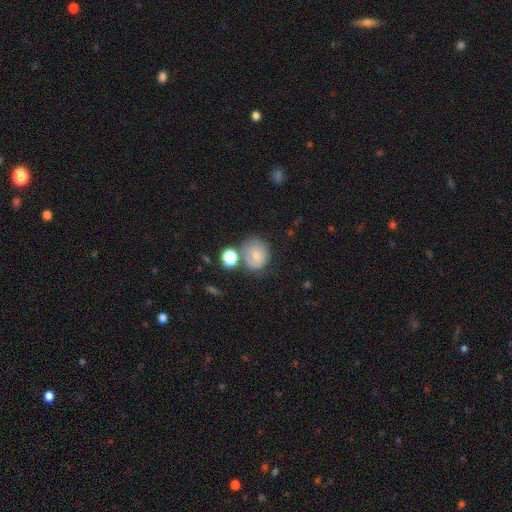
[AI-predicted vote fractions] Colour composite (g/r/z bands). It shows a smooth galaxy with no disk features (65%) that is round (74%). Merging: none (54%).